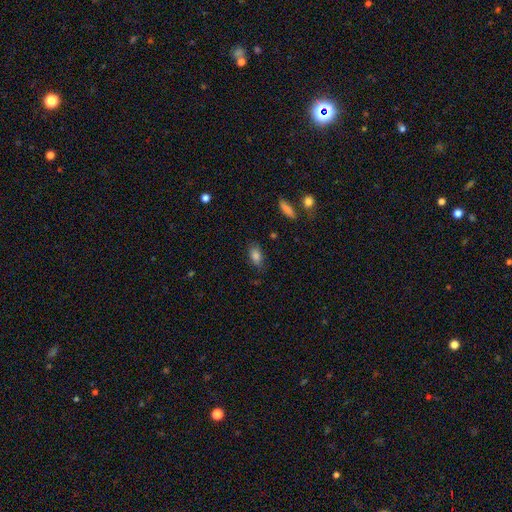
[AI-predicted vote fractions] A smooth galaxy with no disk features (84%) that is in between round and cigar-shaped (89%).

Vote fractions:
- Smooth or featured? smooth: 84% / star or artifact: 9% / featured or disk: 8%
- How rounded? in between: 89% / round: 7% / cigar-shaped: 5%
- Merging? none: 80% / minor disturbance: 15% / major disturbance: 4% / merger: 2%